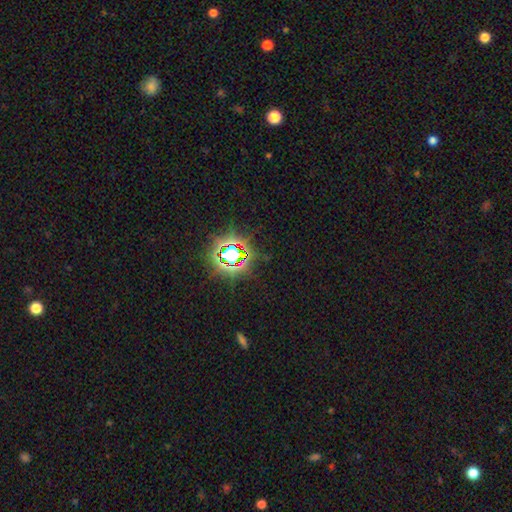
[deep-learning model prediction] Smooth or featured? star or artifact (79%)